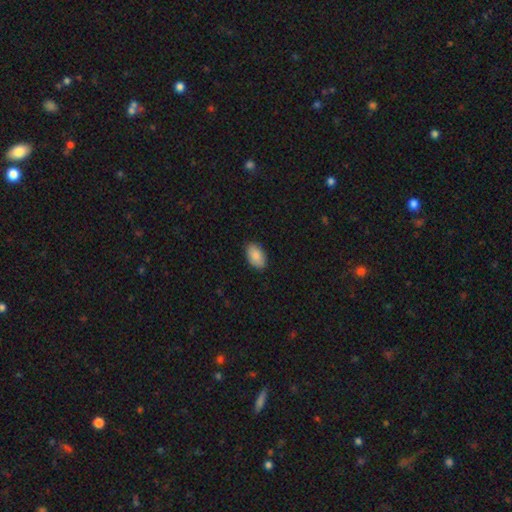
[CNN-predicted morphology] type=smooth (88%); roundness=in between (94%); merging=none (88%).